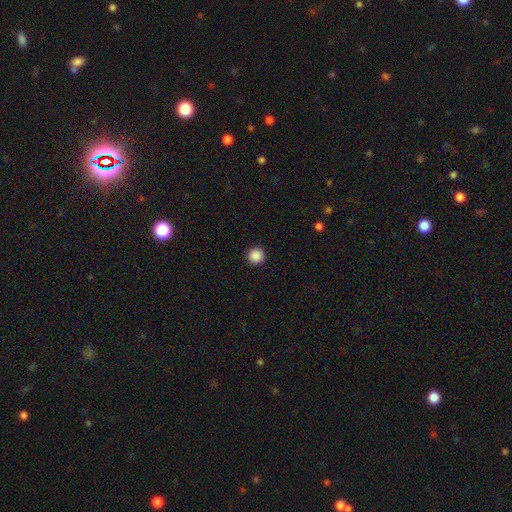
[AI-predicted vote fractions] Overall: smooth (88%). How rounded: round (96%). Merging: none (93%).